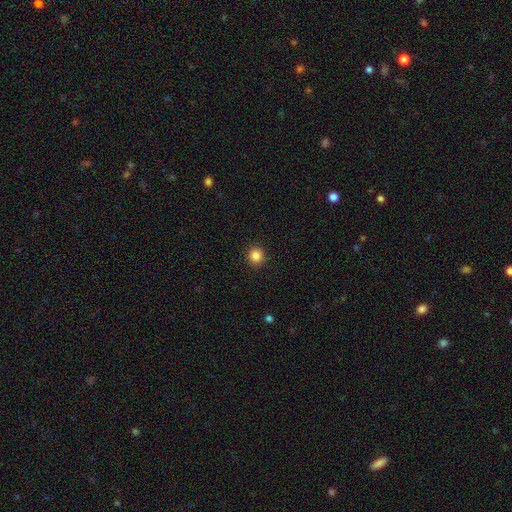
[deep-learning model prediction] Morphology: type=smooth (86%); roundness=round (93%); merging=none (92%).